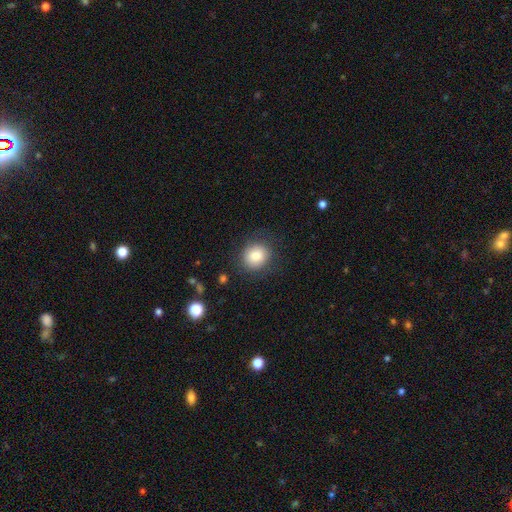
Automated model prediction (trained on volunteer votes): A smooth galaxy with no disk features (82%) that is round (81%).

Vote fractions:
- Smooth or featured? smooth: 82% / star or artifact: 9% / featured or disk: 8%
- How rounded? round: 81% / in between: 18% / cigar-shaped: 1%
- Merging? none: 83% / minor disturbance: 11% / major disturbance: 4% / merger: 1%